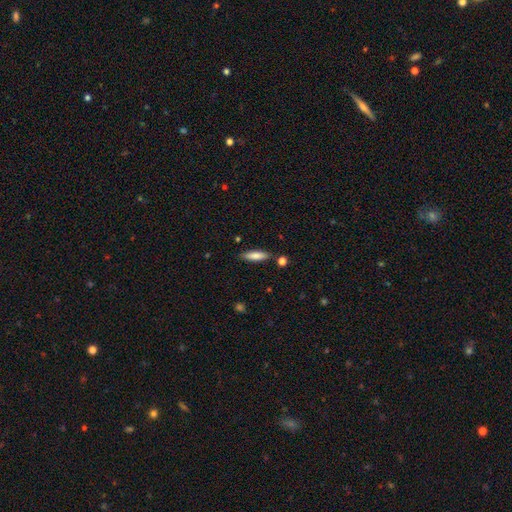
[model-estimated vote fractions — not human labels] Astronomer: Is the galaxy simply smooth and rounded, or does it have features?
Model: smooth — 78%.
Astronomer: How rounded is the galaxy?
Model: cigar-shaped — 63%.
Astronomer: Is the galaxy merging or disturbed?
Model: none — 83%.